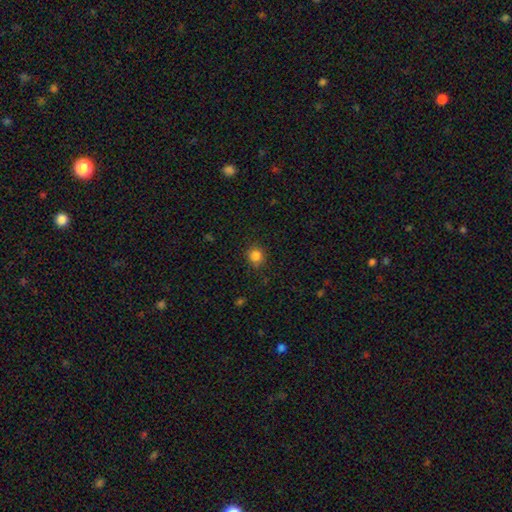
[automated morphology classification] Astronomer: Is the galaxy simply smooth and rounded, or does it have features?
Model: smooth — 84%.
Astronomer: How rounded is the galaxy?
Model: round — 87%.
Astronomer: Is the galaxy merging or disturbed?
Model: none — 85%.